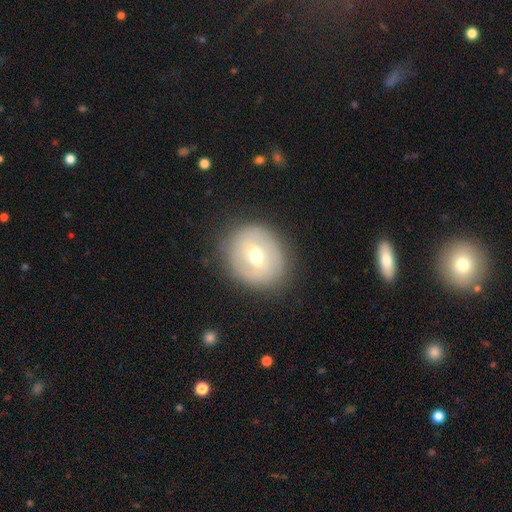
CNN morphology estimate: The model was most divided on "spiral arms": no: 56%, yes: 44%. More confident: edge-on disk — no (95%); merging — none (82%); bulge size — moderate (68%); smooth or featured — featured or disk (55%); bar — weak (52%).